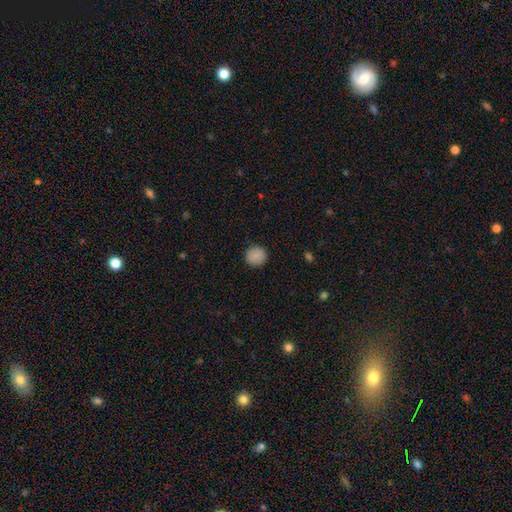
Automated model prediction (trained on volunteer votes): smooth 88%, star or artifact 8%, featured or disk 3%. Down the decision tree: how rounded — round (93%); merging — none (92%).